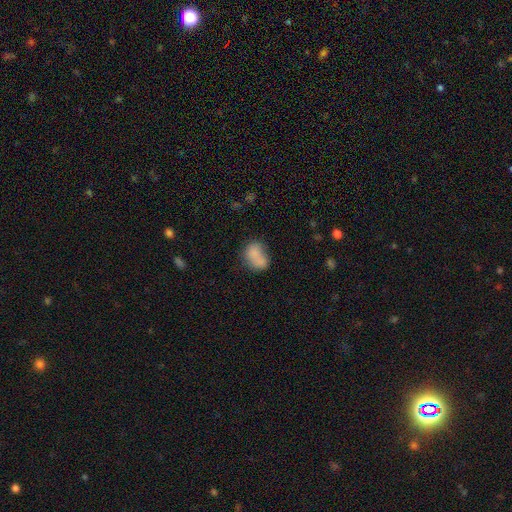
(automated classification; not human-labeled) A smooth galaxy with no disk features (78%) that is in between round and cigar-shaped (67%). Merging: none (37%).